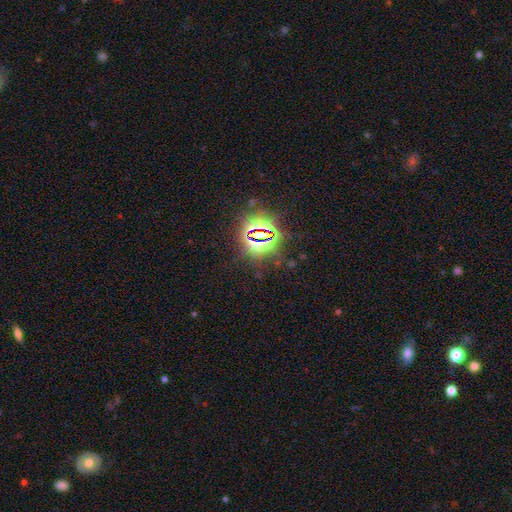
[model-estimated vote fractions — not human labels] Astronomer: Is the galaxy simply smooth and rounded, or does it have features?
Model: star or artifact — 83%.